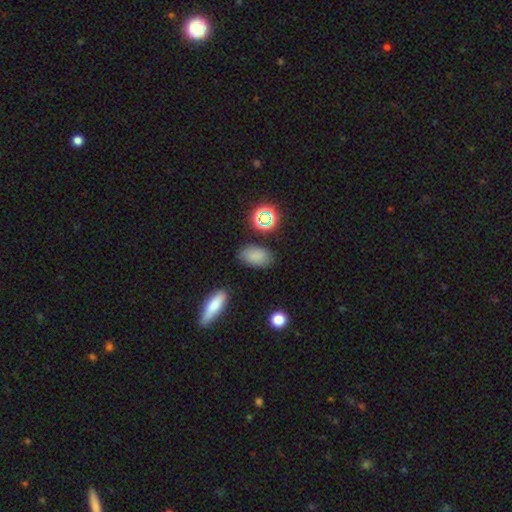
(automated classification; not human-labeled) The model was most divided on "smooth or featured": smooth: 80%, star or artifact: 13%, featured or disk: 6%. More confident: how rounded — in between (90%); merging — none (81%).